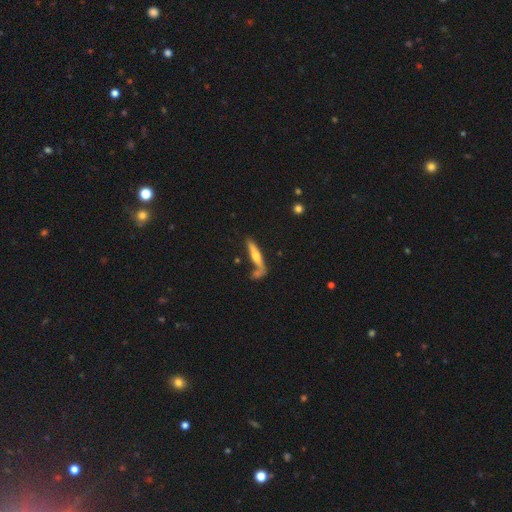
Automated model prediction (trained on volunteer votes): A featured or disk galaxy (52%) viewed edge-on (92%).

Vote fractions:
- Smooth or featured? featured or disk: 52% / smooth: 41% / star or artifact: 6%
- Edge-on disk? yes: 92% / no: 8%
- Merging? none: 60% / merger: 19% / minor disturbance: 16% / major disturbance: 6%